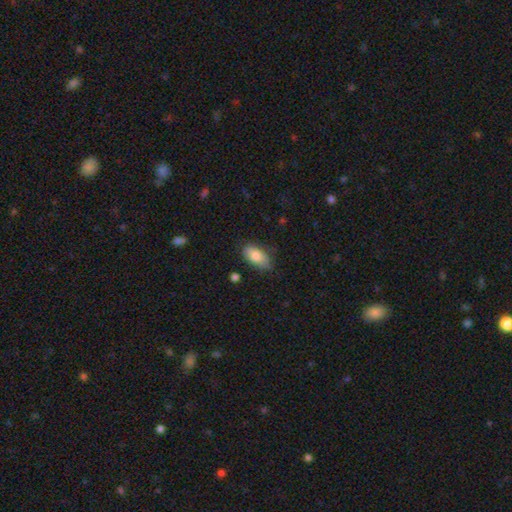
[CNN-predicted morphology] Smooth or featured? Predicted: smooth (p=0.83). How rounded? Predicted: in between (p=0.92). Merging? Predicted: none (p=0.73).